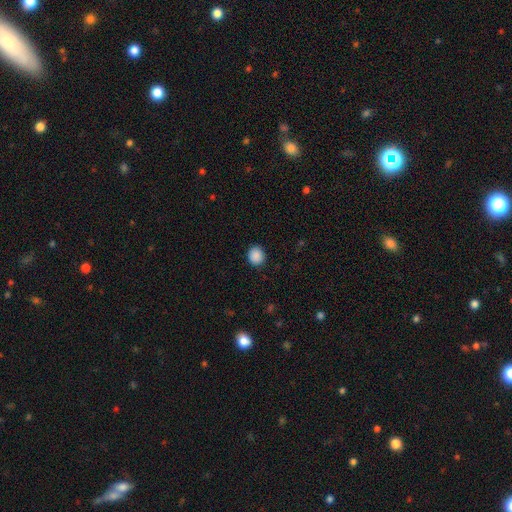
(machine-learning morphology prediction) A smooth galaxy with no disk features (89%) that is round (85%). Merging: none (90%).